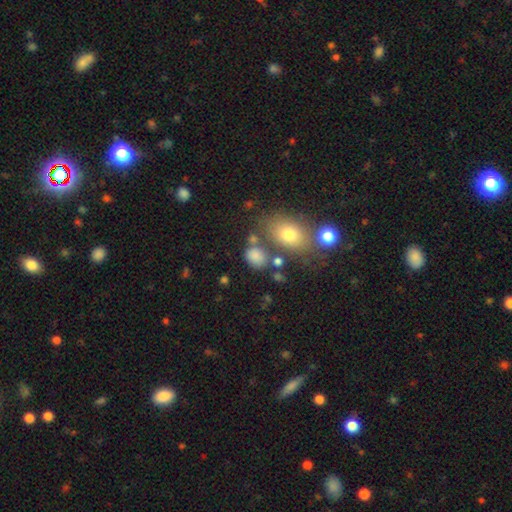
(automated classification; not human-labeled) Morphology: type=smooth (78%); roundness=in between (59%); merging=none (58%).